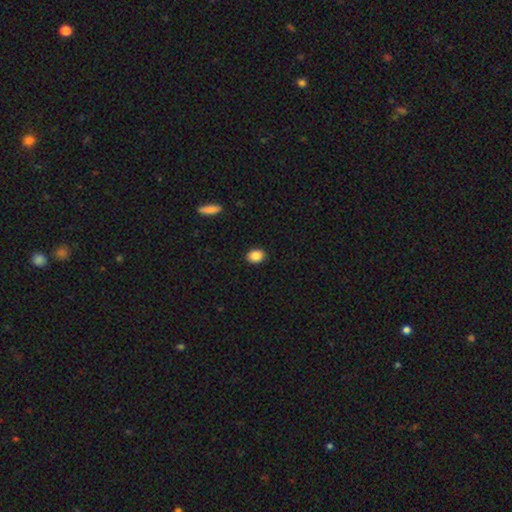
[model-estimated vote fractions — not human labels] The model was most divided on "how rounded": in between: 52%, round: 46%, cigar-shaped: 1%. More confident: merging — none (90%); smooth or featured — smooth (87%).